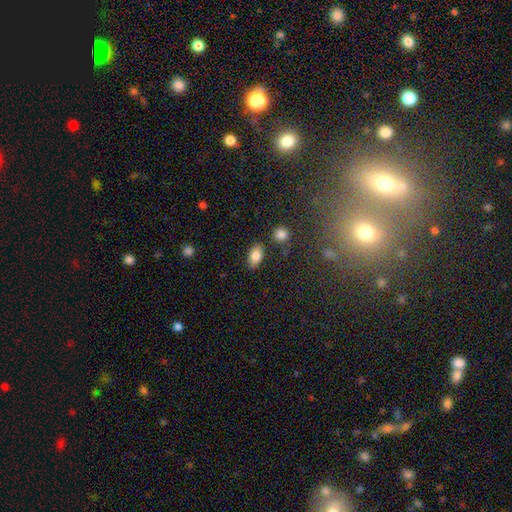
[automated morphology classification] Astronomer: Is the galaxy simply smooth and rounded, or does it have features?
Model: smooth — 84%.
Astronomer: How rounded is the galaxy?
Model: in between — 91%.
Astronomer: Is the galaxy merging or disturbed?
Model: none — 83%.